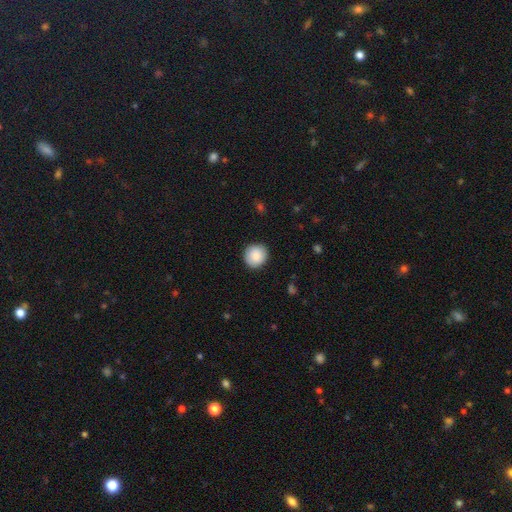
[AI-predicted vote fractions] smooth-or-featured: smooth: 88% | star or artifact: 7% | featured or disk: 5%
  how-rounded: round: 92% | in between: 7% | cigar-shaped: 1%
  merging: none: 90% | minor disturbance: 7% | major disturbance: 2% | merger: 1%